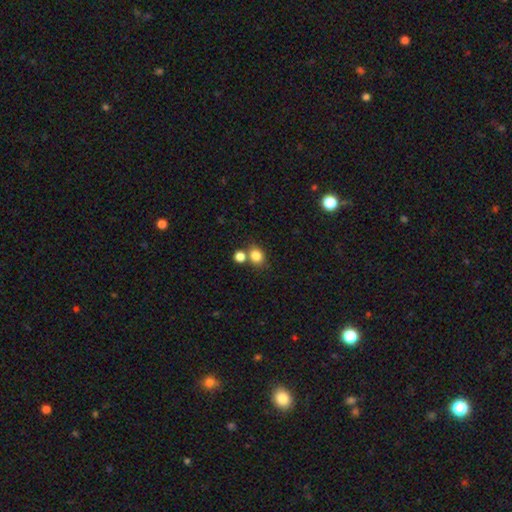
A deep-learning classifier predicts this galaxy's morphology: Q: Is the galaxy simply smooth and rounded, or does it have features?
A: smooth — 82%.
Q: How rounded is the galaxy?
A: round — 63%.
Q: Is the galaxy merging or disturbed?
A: none — 58%.